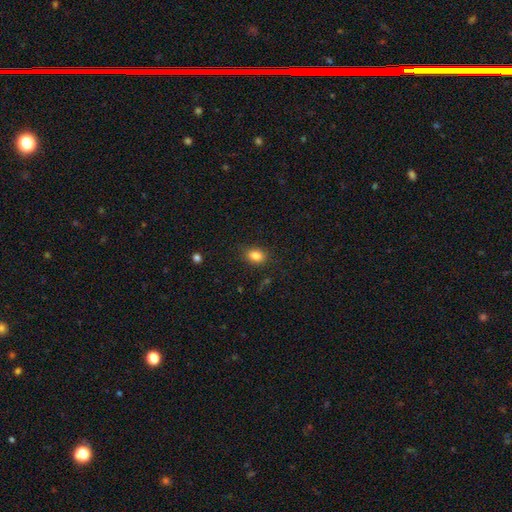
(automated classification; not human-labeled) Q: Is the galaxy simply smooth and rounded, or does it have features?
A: smooth — 84%.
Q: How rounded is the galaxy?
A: in between — 68%.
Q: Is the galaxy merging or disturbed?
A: none — 83%.